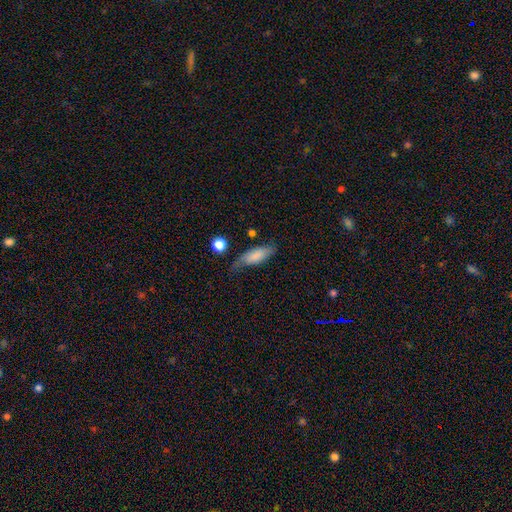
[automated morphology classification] type=smooth (75%); roundness=in between (73%); merging=none (47%).